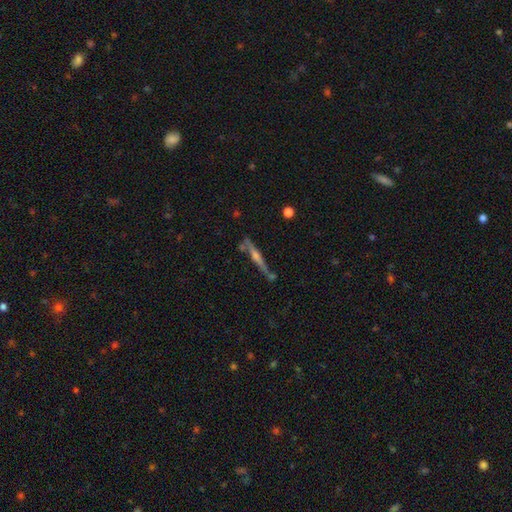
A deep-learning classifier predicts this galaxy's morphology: A featured or disk galaxy (69%) viewed edge-on (96%) with a rounded central bulge (72%). Merging: none (73%).